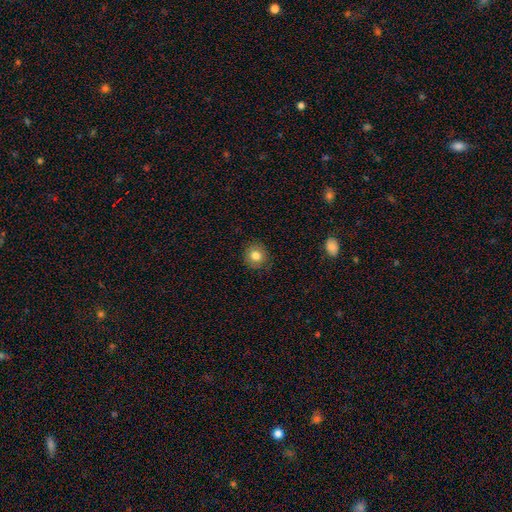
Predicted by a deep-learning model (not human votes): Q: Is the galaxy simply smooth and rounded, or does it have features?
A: smooth — 81%.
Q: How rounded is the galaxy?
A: round — 85%.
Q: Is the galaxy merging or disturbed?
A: none — 87%.